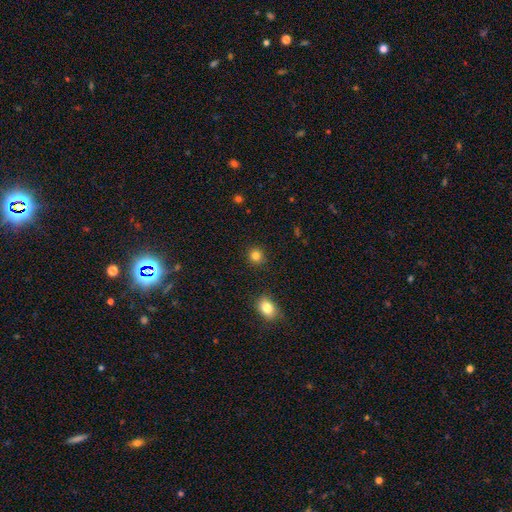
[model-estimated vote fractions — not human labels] A smooth galaxy with no disk features (84%) that is round (89%). Merging: none (90%).